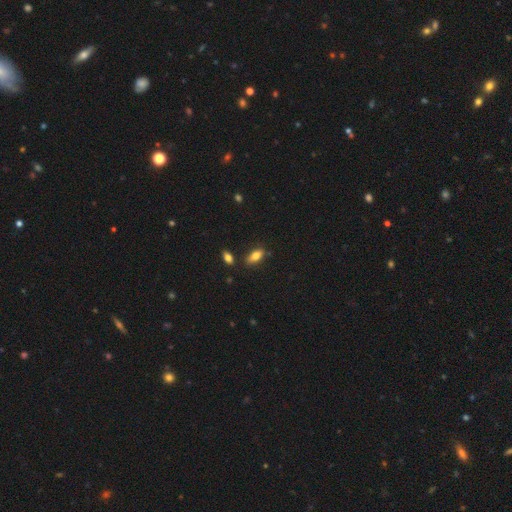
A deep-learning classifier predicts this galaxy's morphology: Overall: smooth (77%). How rounded: in between (83%). Merging: none (79%).